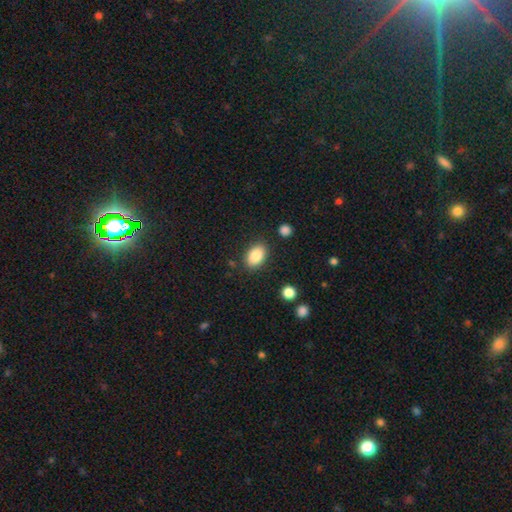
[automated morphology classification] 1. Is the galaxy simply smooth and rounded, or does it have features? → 88% smooth, 7% star or artifact, 5% featured or disk.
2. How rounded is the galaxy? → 88% in between, 11% round, 1% cigar-shaped.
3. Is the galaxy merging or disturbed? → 85% none, 10% minor disturbance, 3% major disturbance, 2% merger.